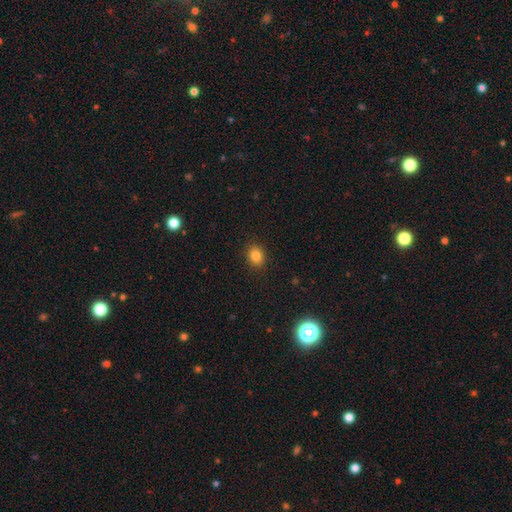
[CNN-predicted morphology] type=smooth (84%); roundness=round (55%); merging=none (89%).